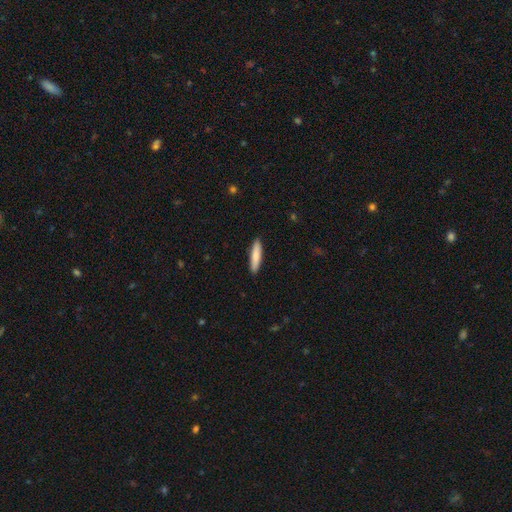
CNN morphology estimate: This appears to be a smooth galaxy with no disk features (83%) that is cigar-shaped (84%). Merging: none (91%).